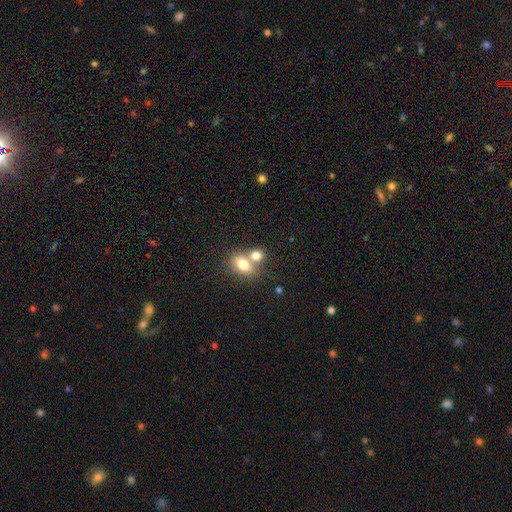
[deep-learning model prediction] The model was most divided on "merging": merger: 55%, none: 34%, minor disturbance: 8%, major disturbance: 3%. More confident: smooth or featured — smooth (76%); how rounded — in between (60%).